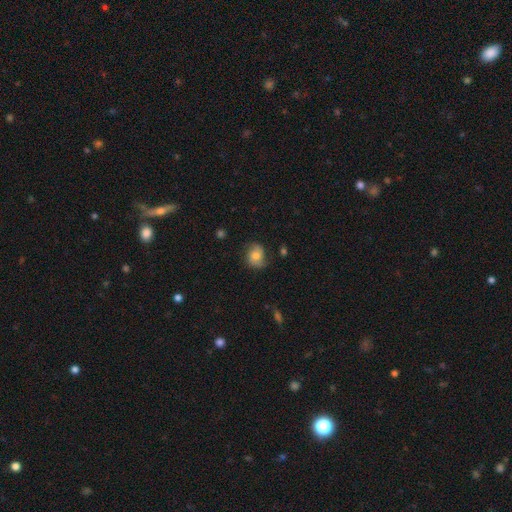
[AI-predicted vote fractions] smooth 55%, featured or disk 35%, star or artifact 9%. Down the decision tree: how rounded — round (56%); merging — none (65%).